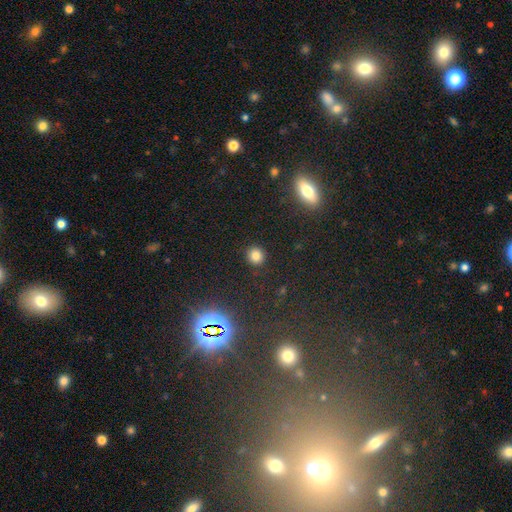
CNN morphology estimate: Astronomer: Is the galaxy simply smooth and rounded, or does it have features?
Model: smooth — 80%.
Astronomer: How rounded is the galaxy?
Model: round — 90%.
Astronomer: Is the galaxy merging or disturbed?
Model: none — 91%.